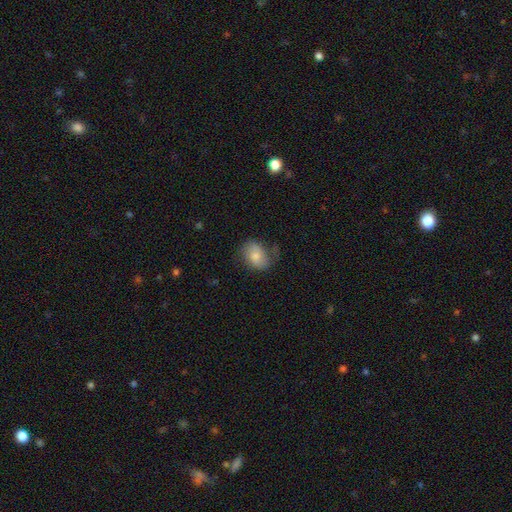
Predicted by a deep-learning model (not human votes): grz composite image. It shows a smooth galaxy with no disk features (68%) that is in between round and cigar-shaped (67%). Merging: none (58%).